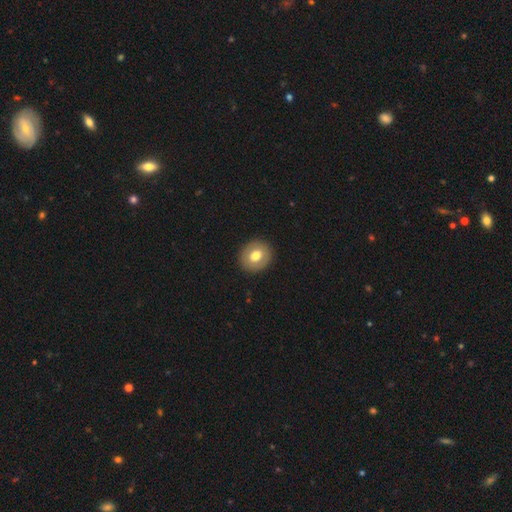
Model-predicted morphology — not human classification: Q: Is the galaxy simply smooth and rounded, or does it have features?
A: smooth — 70%.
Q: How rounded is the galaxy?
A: round — 80%.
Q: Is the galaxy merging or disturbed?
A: none — 91%.